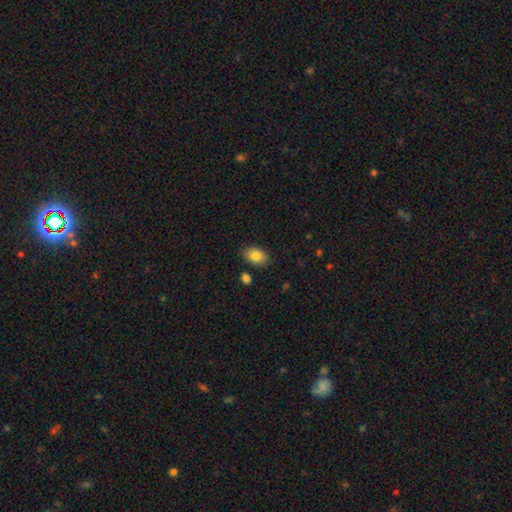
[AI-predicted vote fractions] smooth_or_featured: smooth (p=0.85) [alt: featured or disk p=0.08]
how_rounded: in between (p=0.86) [alt: round p=0.13]
merging: none (p=0.83) [alt: minor disturbance p=0.12]